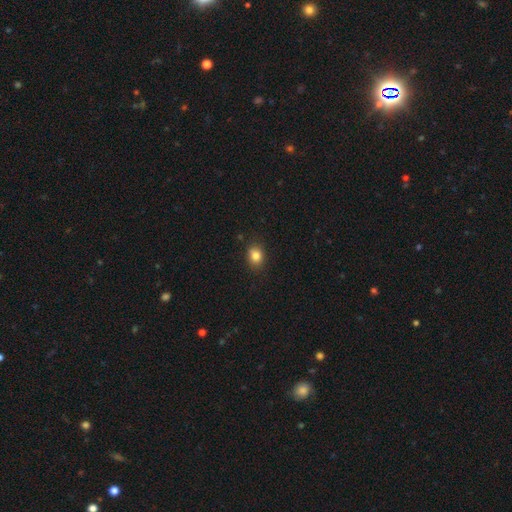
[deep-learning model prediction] Smooth or featured: smooth — 83% (star or artifact — 11%)
How rounded: in between — 50% (round — 49%)
Merging: none — 83% (minor disturbance — 13%)